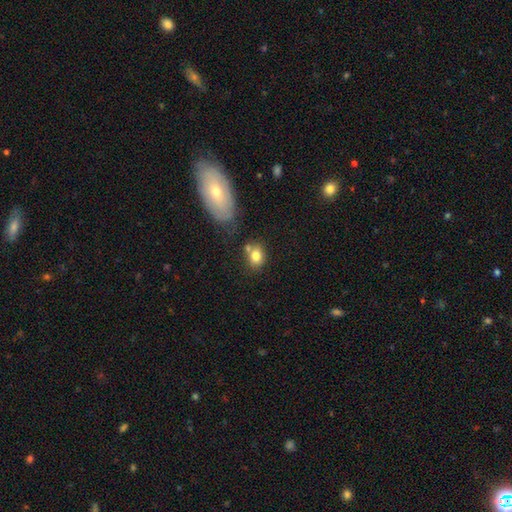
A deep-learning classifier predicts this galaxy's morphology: Smooth or featured?
  - smooth: 79% *
  - featured or disk: 11%
  - star or artifact: 9%
How rounded?
  - in between: 60% *
  - round: 39%
  - cigar-shaped: 1%
Merging?
  - none: 56% *
  - merger: 23%
  - minor disturbance: 16%
  - major disturbance: 5%